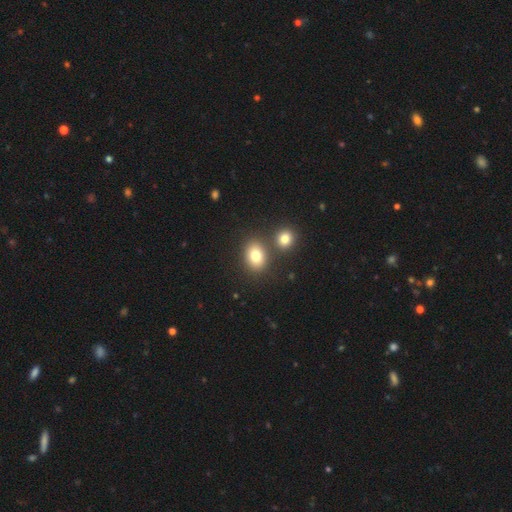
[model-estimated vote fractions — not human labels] This is clearly a smooth galaxy (80%). How rounded: likely in between (63%). Merging: likely none (71%).